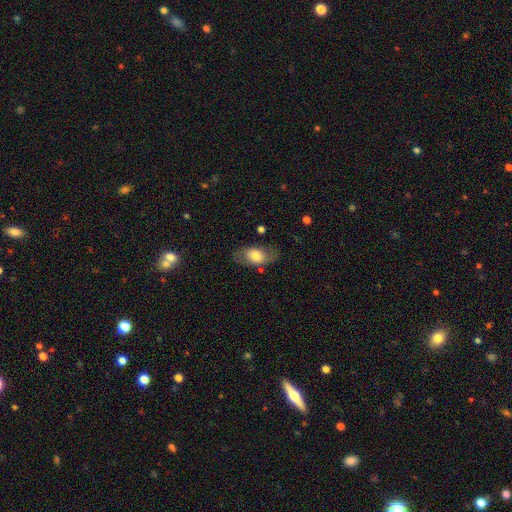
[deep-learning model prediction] Overall: smooth (67%). How rounded: in between (88%). Merging: none (70%).